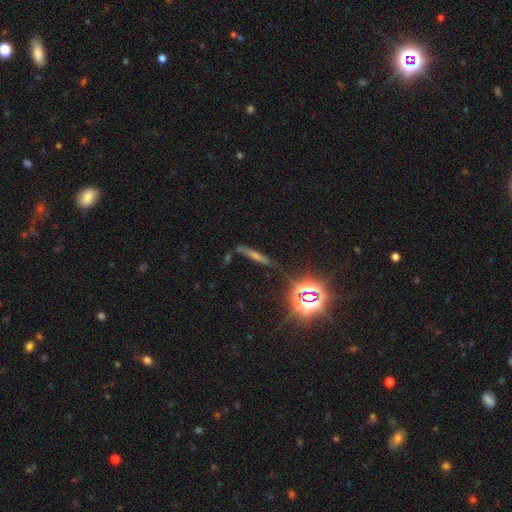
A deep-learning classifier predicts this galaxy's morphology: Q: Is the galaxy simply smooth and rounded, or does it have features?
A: star or artifact — 36%, tied with featured or disk.